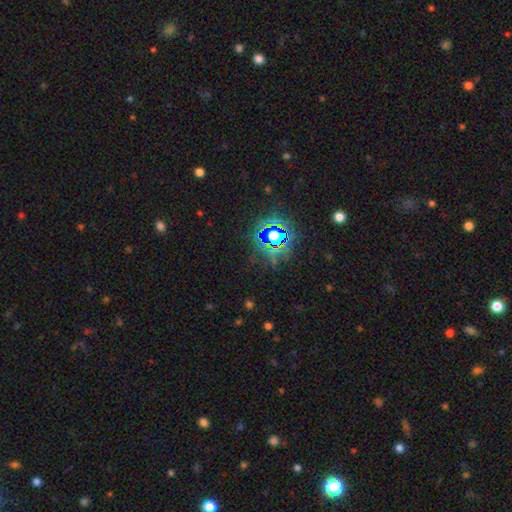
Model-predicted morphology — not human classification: Smooth or featured? Predicted: star or artifact (p=0.79).